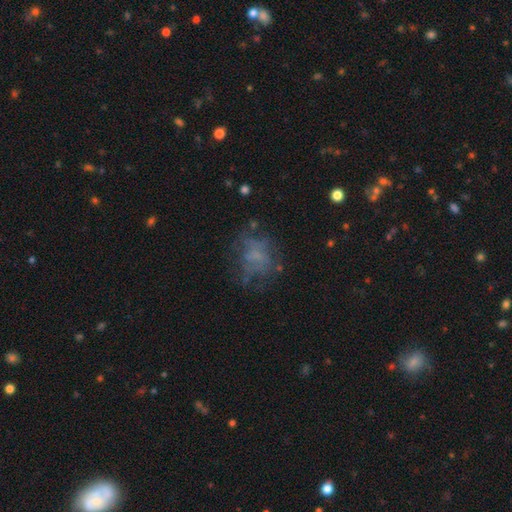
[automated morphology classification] type=featured or disk (43%); merging=none (55%).